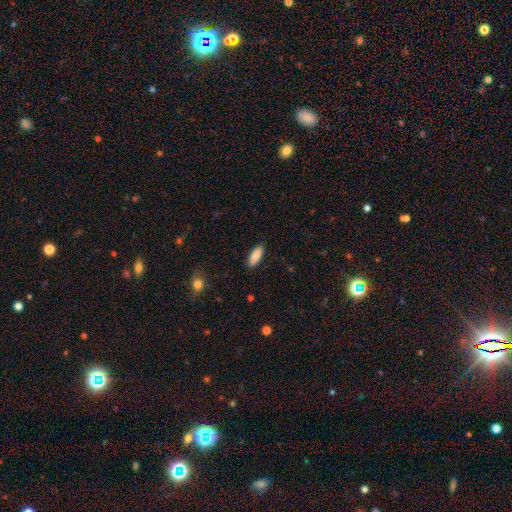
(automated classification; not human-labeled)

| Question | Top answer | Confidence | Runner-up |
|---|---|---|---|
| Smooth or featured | smooth | 87% | featured or disk (7%) |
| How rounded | in between | 70% | cigar-shaped (28%) |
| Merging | none | 88% | minor disturbance (9%) |